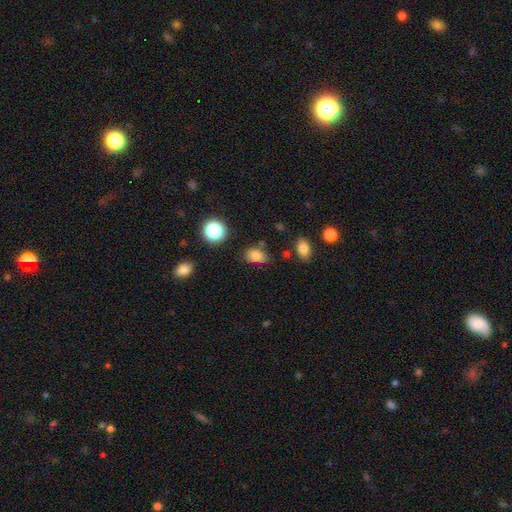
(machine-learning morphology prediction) Smooth or featured? smooth (81%)
How rounded? in between (77%)
Merging? none (66%)